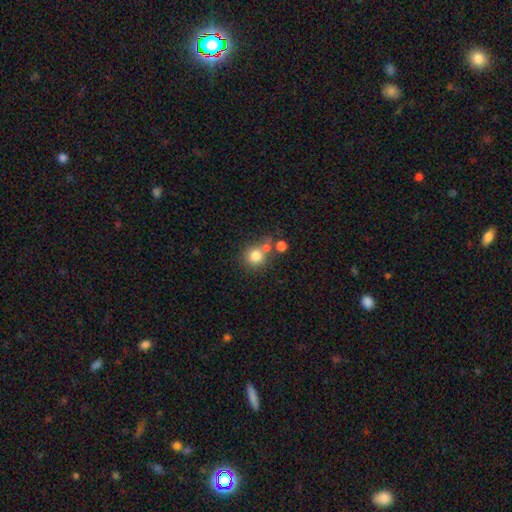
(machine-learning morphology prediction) A smooth galaxy with no disk features (80%) that is round (89%). Merging: none (61%).